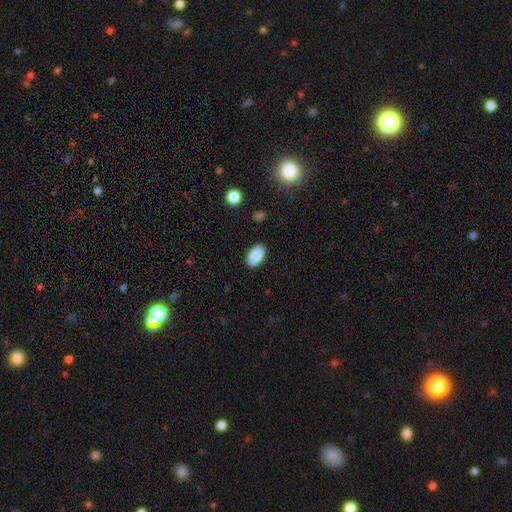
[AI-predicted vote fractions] Q: Smooth or featured?
A: smooth (88%); runner-up: star or artifact (7%)
Q: How rounded?
A: in between (93%); runner-up: cigar-shaped (3%)
Q: Merging?
A: none (89%); runner-up: minor disturbance (8%)